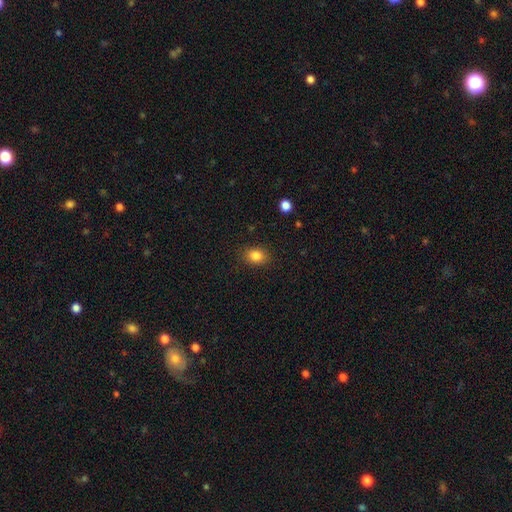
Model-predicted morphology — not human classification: type=smooth (85%); roundness=in between (62%); merging=none (86%).